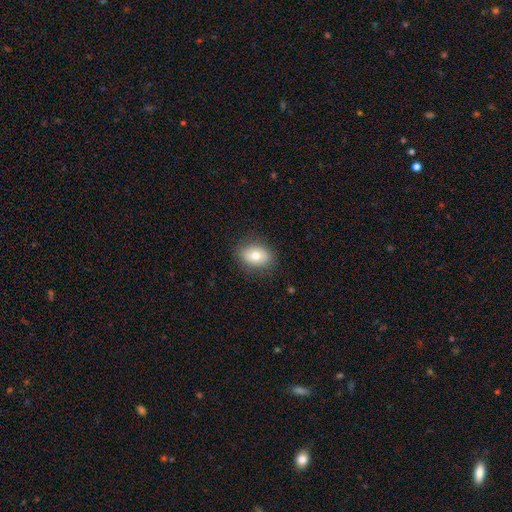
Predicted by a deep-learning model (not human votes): The model was most divided on "how rounded": in between: 75%, round: 24%, cigar-shaped: 1%. More confident: merging — none (85%); smooth or featured — smooth (75%).